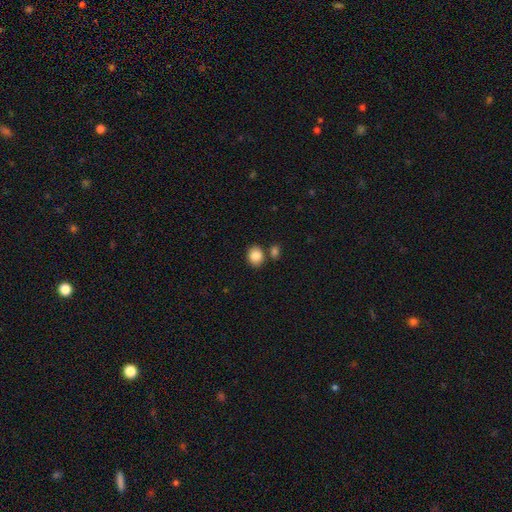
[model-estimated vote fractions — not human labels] Smooth or featured? Predicted: smooth (p=0.86). How rounded? Predicted: round (p=0.56). Merging? Predicted: none (p=0.73).